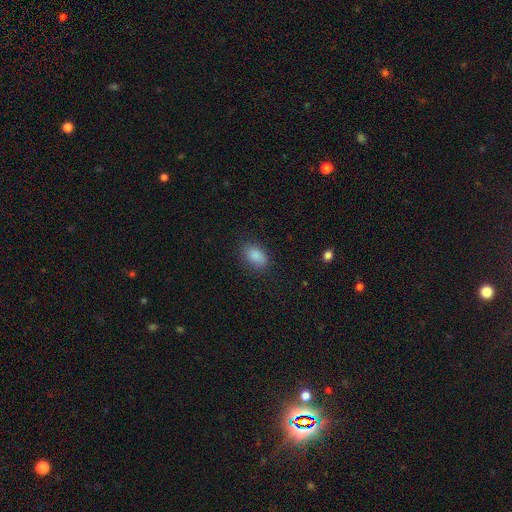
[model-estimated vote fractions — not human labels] Smooth or featured? smooth (87%)
How rounded? in between (85%)
Merging? none (82%)